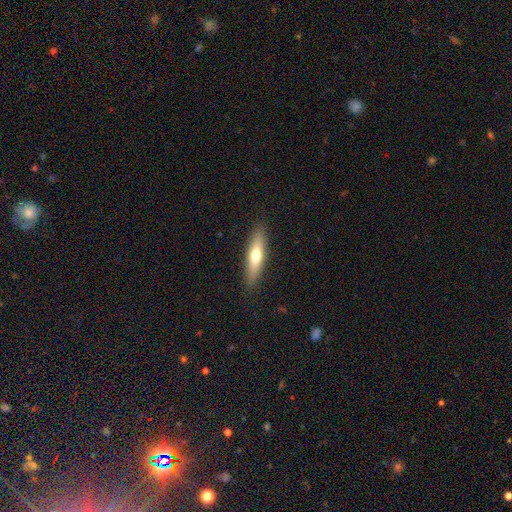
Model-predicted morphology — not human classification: A smooth galaxy with no disk features (59%) that is cigar-shaped (74%).

Vote fractions:
- Smooth or featured? smooth: 59% / featured or disk: 35% / star or artifact: 6%
- How rounded? cigar-shaped: 74% / in between: 24% / round: 2%
- Merging? none: 88% / minor disturbance: 9% / major disturbance: 2% / merger: 1%